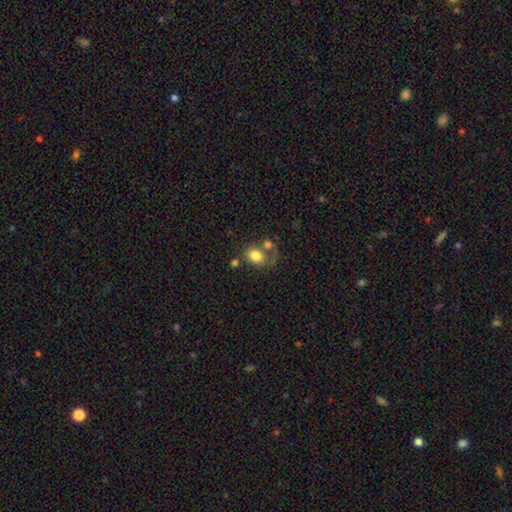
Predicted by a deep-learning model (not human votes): The model was most divided on "how rounded": round: 53%, in between: 46%, cigar-shaped: 1%. Remaining: smooth or featured — smooth (78%); merging — none (44%).